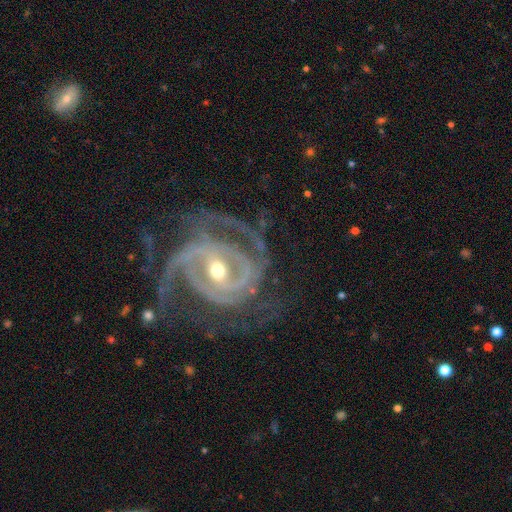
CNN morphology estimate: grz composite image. It shows a featured or disk galaxy (91%) with a strong bar (39%), 2 (40%) tight (60%) spiral arms (98%) and a moderate central bulge (52%). Merging: none (68%).